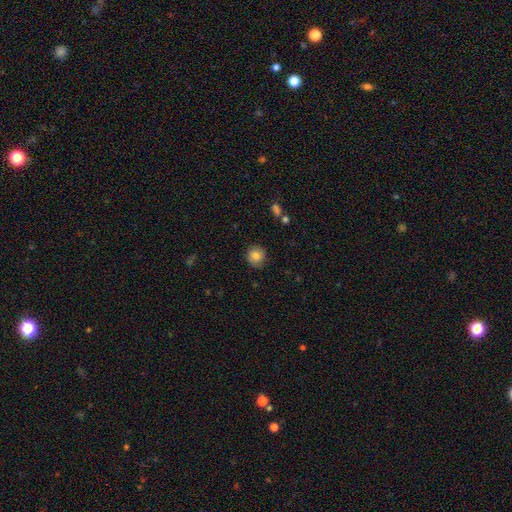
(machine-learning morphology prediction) type=smooth (83%); roundness=round (91%); merging=none (85%).